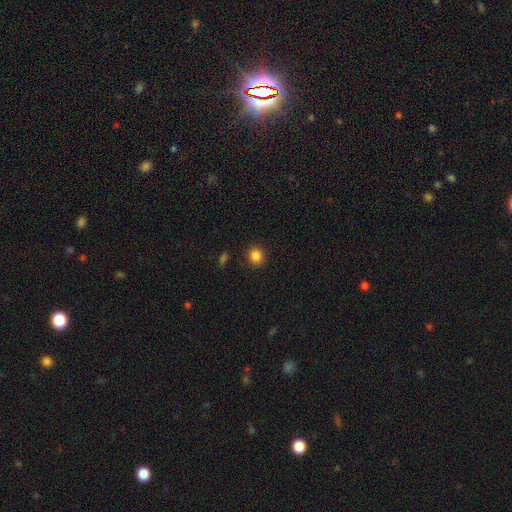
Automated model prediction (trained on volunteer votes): This appears to be a smooth galaxy with no disk features (85%) that is round (78%). Merging: none (89%).